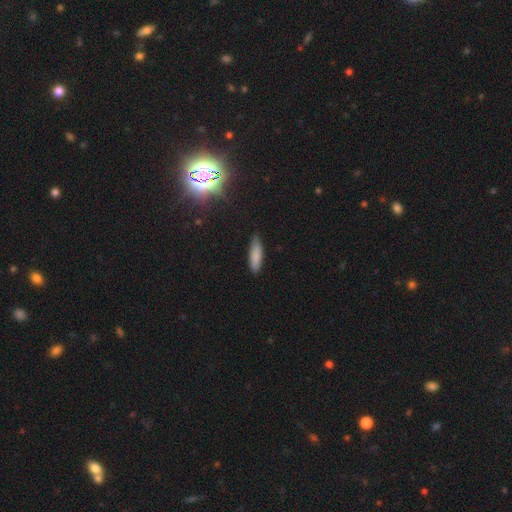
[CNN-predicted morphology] Overall: smooth (84%). How rounded: cigar-shaped (57%; in between 41%). Merging: none (82%).